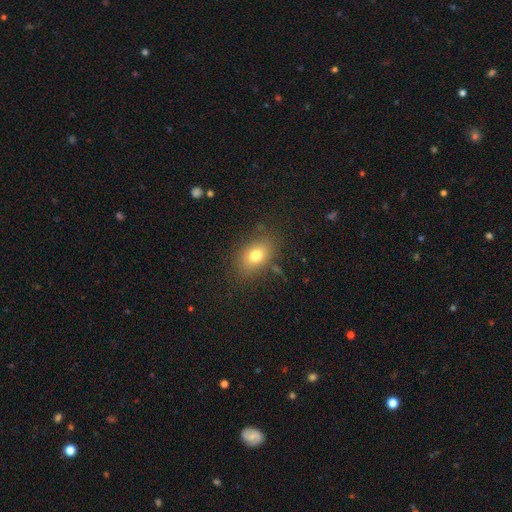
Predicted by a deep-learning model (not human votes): Overall: smooth (76%). How rounded: in between (79%). Merging: none (81%).